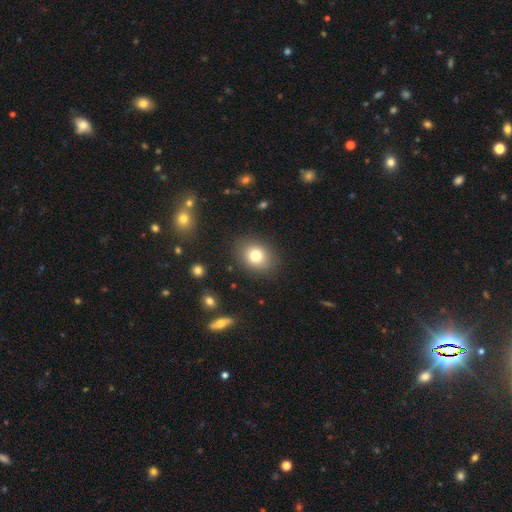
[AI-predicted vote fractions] smooth 79%, star or artifact 11%, featured or disk 10%. Down the decision tree: how rounded — in between (50%, tied with round); merging — none (85%).